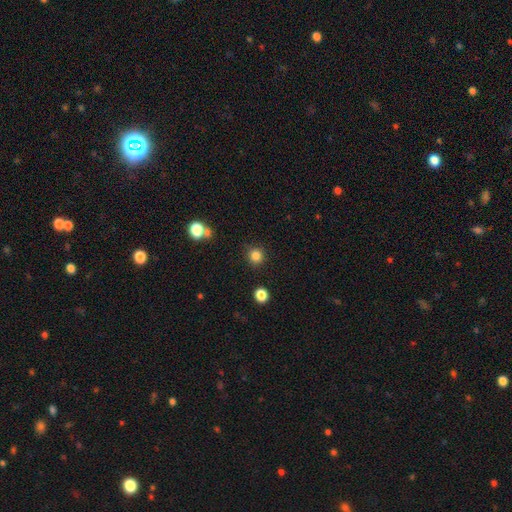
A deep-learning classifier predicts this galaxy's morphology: Smooth or featured: smooth — 83% (star or artifact — 13%)
How rounded: round — 92% (in between — 7%)
Merging: none — 87% (minor disturbance — 7%)